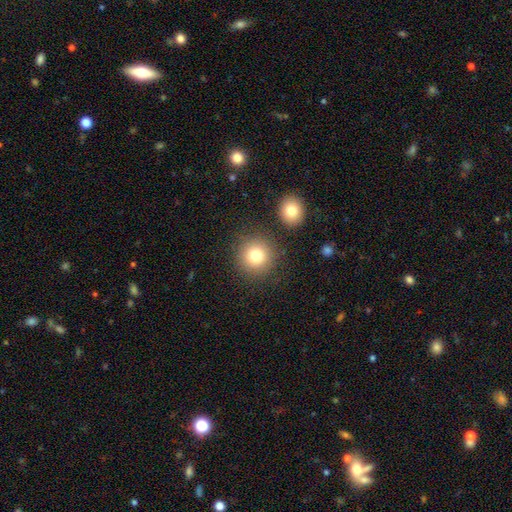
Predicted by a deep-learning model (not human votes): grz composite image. It shows a smooth galaxy with no disk features (79%) that is round (93%). Merging: none (83%).